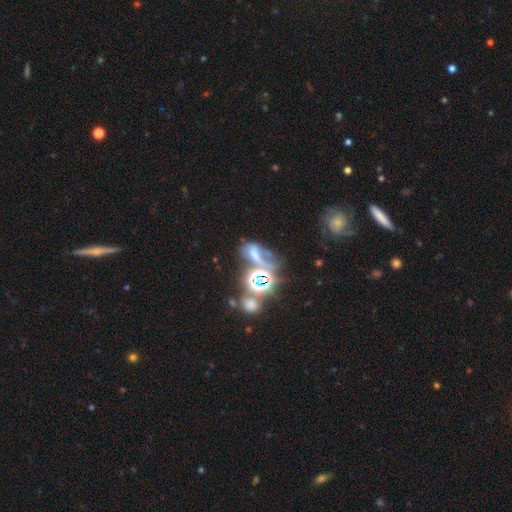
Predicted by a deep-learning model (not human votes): smooth_or_featured: star or artifact (p=0.49) [alt: smooth p=0.29]